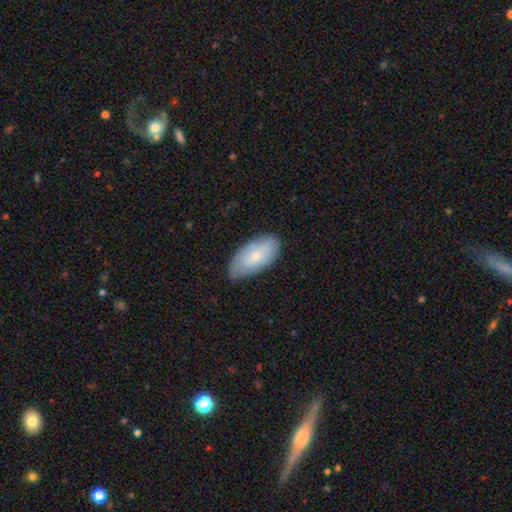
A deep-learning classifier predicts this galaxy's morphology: Smooth or featured: smooth — 77% (featured or disk — 17%)
How rounded: in between — 94% (cigar-shaped — 4%)
Merging: none — 70% (minor disturbance — 25%)